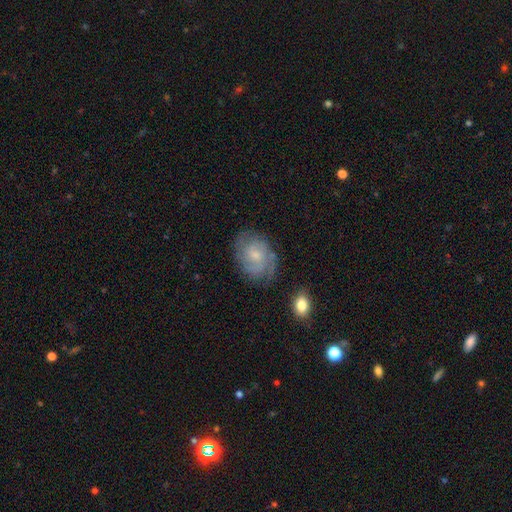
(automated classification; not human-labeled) A featured or disk galaxy (60%) with no bar (67%), spiral arms (84%) and a small central bulge (63%). Merging: none (71%).